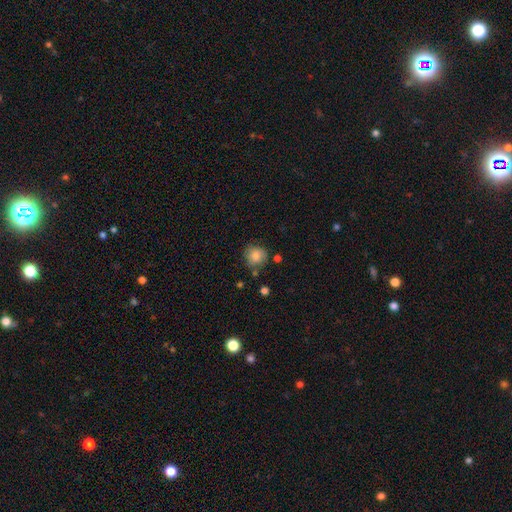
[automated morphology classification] smooth-or-featured: smooth: 84% | star or artifact: 9% | featured or disk: 7%
  how-rounded: round: 87% | in between: 12% | cigar-shaped: 1%
  merging: none: 72% | minor disturbance: 17% | merger: 6% | major disturbance: 5%